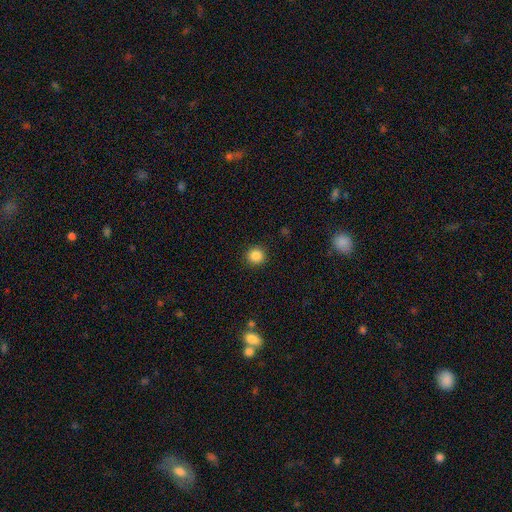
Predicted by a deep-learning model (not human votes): Smooth or featured: smooth — 86% (star or artifact — 11%)
How rounded: round — 93% (in between — 6%)
Merging: none — 92% (minor disturbance — 5%)